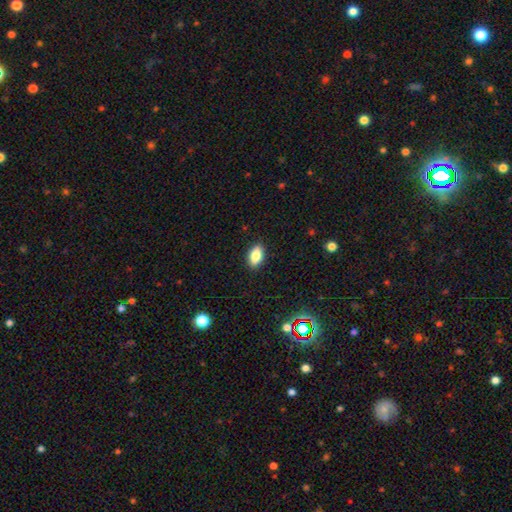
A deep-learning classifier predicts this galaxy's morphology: smooth_or_featured: smooth (p=0.83) [alt: featured or disk p=0.09]
how_rounded: in between (p=0.89) [alt: round p=0.05]
merging: none (p=0.89) [alt: minor disturbance p=0.08]